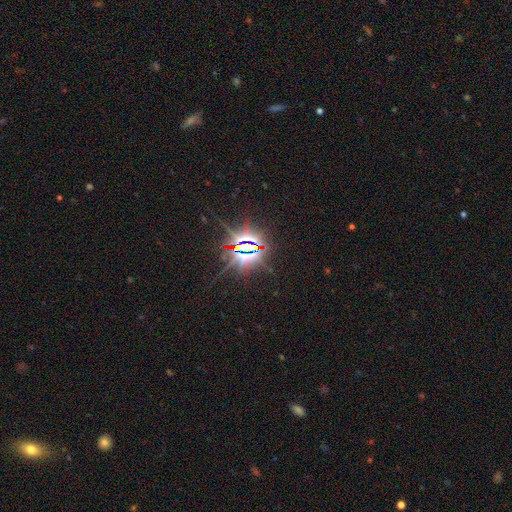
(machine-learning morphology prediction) smooth_or_featured: star or artifact (p=0.84) [alt: featured or disk p=0.09]